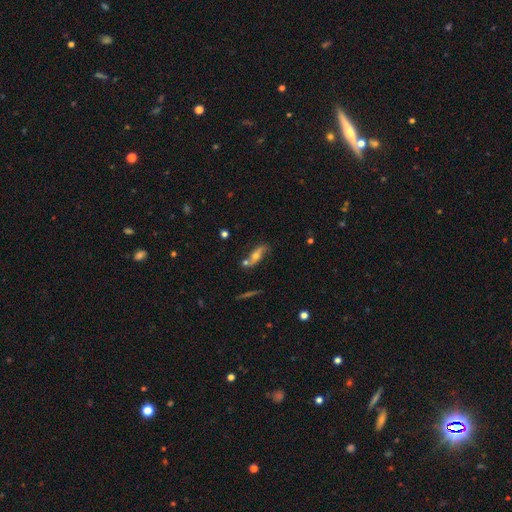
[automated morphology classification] featured or disk 55%, smooth 35%, star or artifact 10%. Down the decision tree: edge-on disk — no (69%); merging — none (55%).